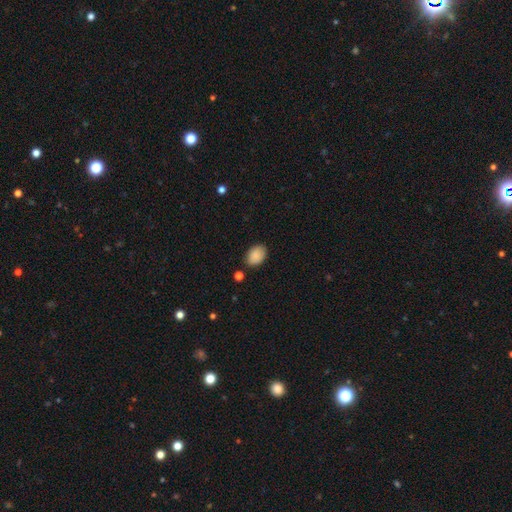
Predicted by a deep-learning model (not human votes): Q: Smooth or featured?
A: smooth (88%); runner-up: star or artifact (7%)
Q: How rounded?
A: in between (81%); runner-up: round (18%)
Q: Merging?
A: none (82%); runner-up: minor disturbance (13%)